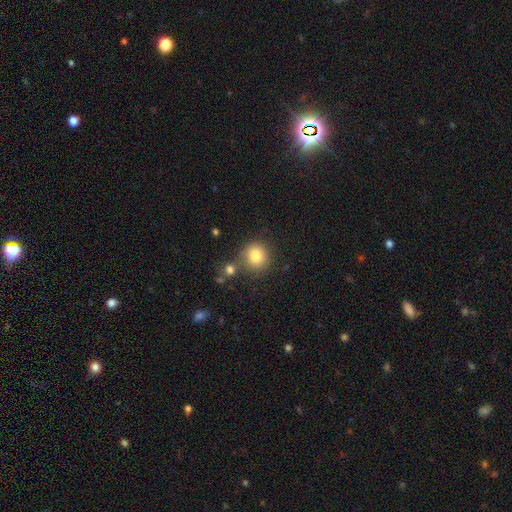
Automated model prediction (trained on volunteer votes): This is clearly a smooth galaxy (82%). How rounded: clearly round (89%). Merging: likely none (72%).